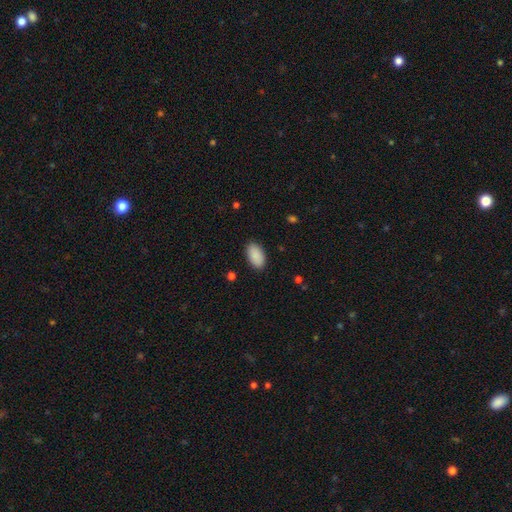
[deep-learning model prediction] smooth_or_featured: smooth (p=0.91) [alt: star or artifact p=0.06]
how_rounded: in between (p=0.95) [alt: round p=0.03]
merging: none (p=0.88) [alt: minor disturbance p=0.09]